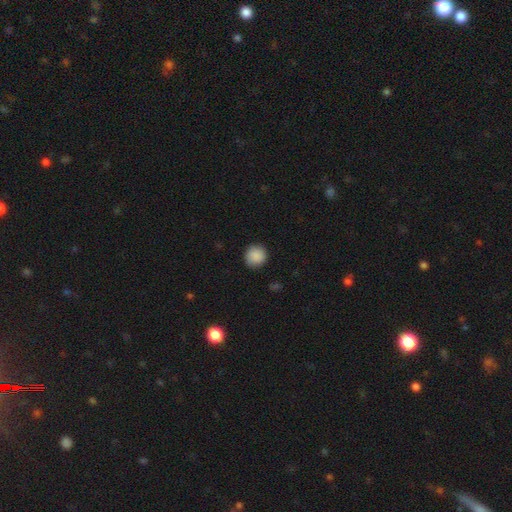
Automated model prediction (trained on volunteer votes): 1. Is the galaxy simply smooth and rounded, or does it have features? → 89% smooth, 8% star or artifact, 3% featured or disk.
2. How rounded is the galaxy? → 93% round, 6% in between, 1% cigar-shaped.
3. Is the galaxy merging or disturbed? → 90% none, 8% minor disturbance, 2% major disturbance, 1% merger.